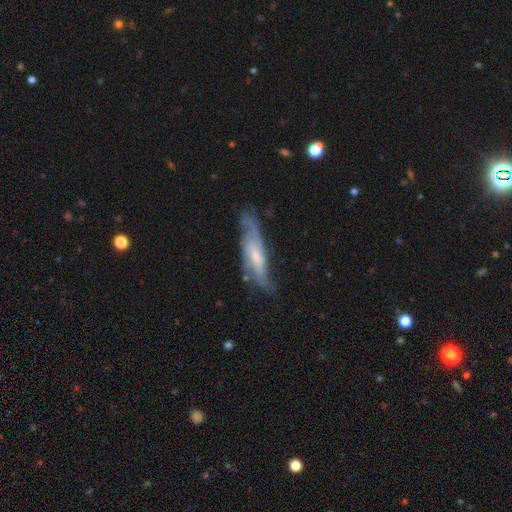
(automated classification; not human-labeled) Smooth or featured?
  - featured or disk: 74% *
  - smooth: 20%
  - star or artifact: 6%
Edge-on disk?
  - no: 70% *
  - yes: 30%
Bar?
  - no: 56% *
  - weak: 36%
  - strong: 9%
Spiral arms?
  - yes: 89% *
  - no: 11%
Bulge size?
  - small: 47% *
  - moderate: 40%
  - none: 7%
  - large: 4%
  - dominant: 1%
Merging?
  - none: 62% *
  - minor disturbance: 25%
  - major disturbance: 11%
  - merger: 2%